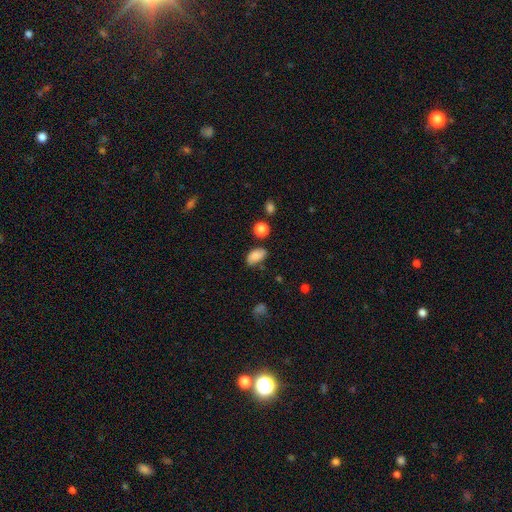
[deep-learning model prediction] The model was most divided on "merging": none: 60%, minor disturbance: 27%, major disturbance: 7%, merger: 5%. More confident: how rounded — in between (91%); smooth or featured — smooth (80%).